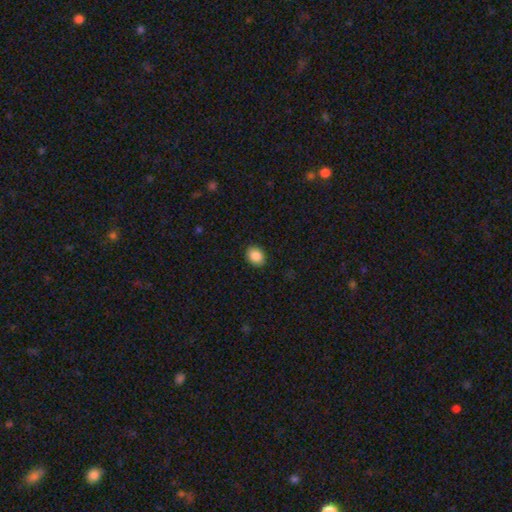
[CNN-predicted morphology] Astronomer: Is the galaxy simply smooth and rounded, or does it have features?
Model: smooth — 88%.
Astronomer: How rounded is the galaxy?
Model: in between — 58% (runner-up: round, 41%).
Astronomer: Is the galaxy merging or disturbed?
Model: none — 89%.